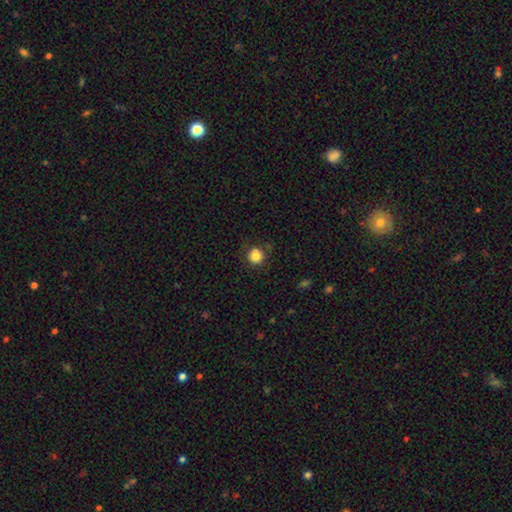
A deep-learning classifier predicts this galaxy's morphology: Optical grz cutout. It shows a smooth galaxy with no disk features (82%) that is round (87%). Merging: none (71%).